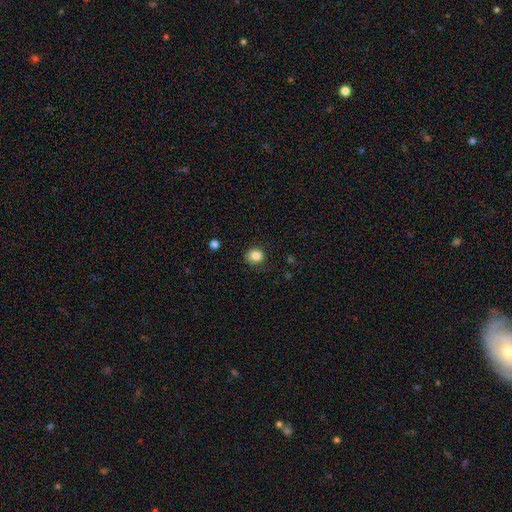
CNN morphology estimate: smooth 85%, star or artifact 10%, featured or disk 4%. Down the decision tree: how rounded — round (79%); merging — none (81%).